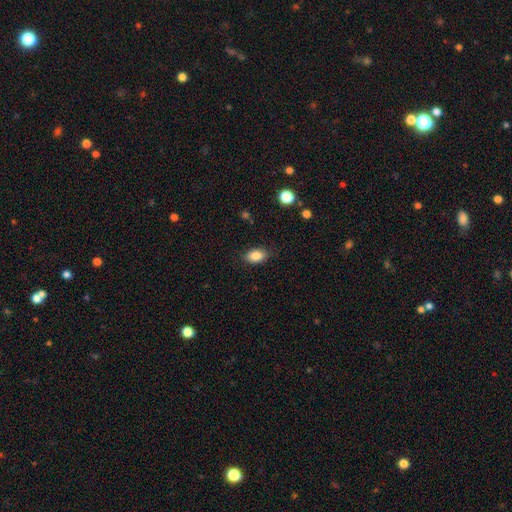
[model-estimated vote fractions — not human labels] Q: Smooth or featured?
A: smooth (86%); runner-up: star or artifact (8%)
Q: How rounded?
A: in between (87%); runner-up: round (11%)
Q: Merging?
A: none (85%); runner-up: minor disturbance (11%)